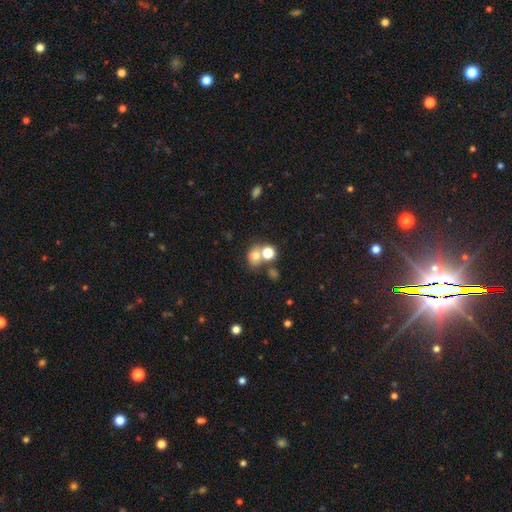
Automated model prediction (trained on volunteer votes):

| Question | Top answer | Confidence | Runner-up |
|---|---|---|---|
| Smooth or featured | smooth | 71% | star or artifact (16%) |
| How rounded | round | 65% | in between (34%) |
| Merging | none | 44% | merger (42%) |